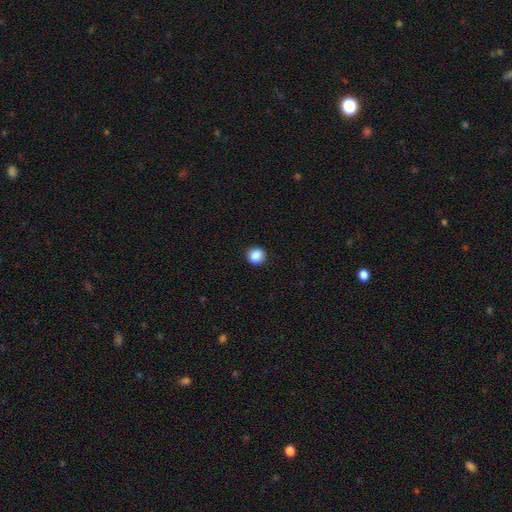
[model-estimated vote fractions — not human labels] Q: Smooth or featured?
A: smooth (88%); runner-up: star or artifact (9%)
Q: How rounded?
A: round (91%); runner-up: in between (8%)
Q: Merging?
A: none (92%); runner-up: minor disturbance (5%)